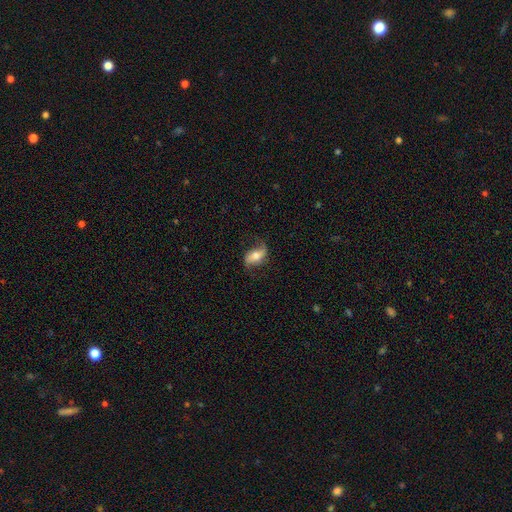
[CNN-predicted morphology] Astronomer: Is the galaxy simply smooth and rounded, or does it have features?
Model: featured or disk — 63%.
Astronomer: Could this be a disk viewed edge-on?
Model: no — 91%.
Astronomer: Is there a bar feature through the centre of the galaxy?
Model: no — 41% (runner-up: weak, 30%).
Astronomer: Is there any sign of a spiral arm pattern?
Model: yes — 88%.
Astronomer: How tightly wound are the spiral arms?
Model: loose — 72%.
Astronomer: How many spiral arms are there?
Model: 2 — 88%.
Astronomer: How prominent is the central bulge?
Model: moderate — 62%.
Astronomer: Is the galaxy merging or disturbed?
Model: none — 70%.